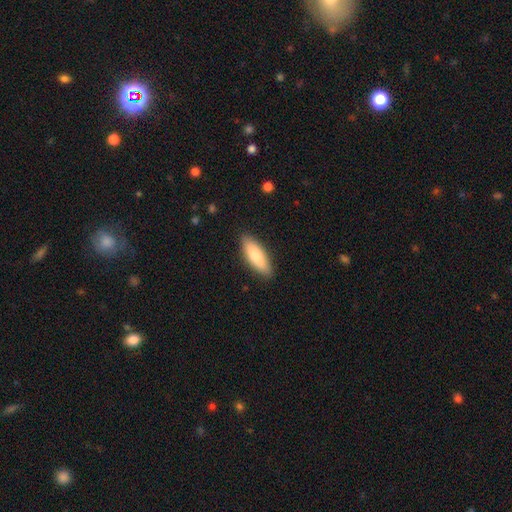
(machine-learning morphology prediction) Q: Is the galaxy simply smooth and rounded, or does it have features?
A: smooth — 79%.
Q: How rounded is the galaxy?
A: in between — 55%.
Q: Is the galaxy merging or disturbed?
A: none — 87%.